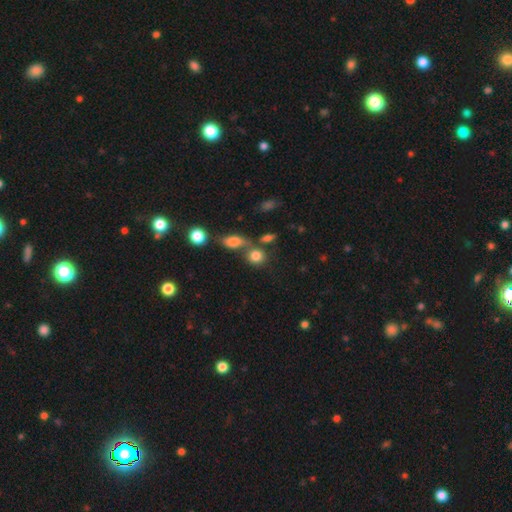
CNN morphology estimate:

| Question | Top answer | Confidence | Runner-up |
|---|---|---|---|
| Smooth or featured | smooth | 81% | star or artifact (11%) |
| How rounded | round | 69% | in between (29%) |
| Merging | none | 51% | merger (32%) |